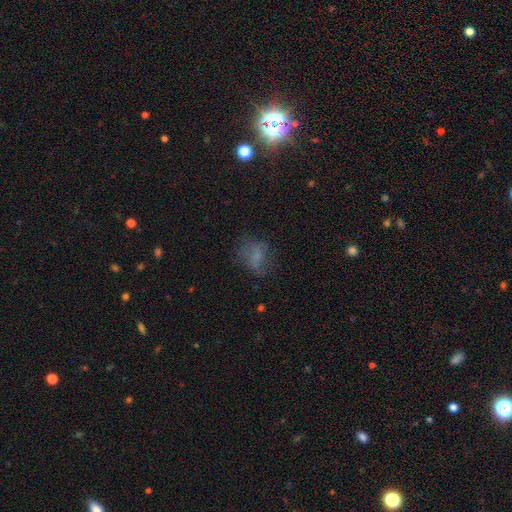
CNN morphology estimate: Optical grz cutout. It shows a smooth galaxy with no disk features (59%) that is in between round and cigar-shaped (60%). Merging: none (56%).